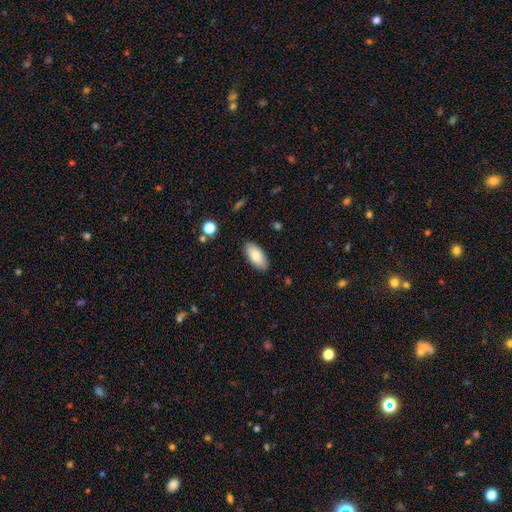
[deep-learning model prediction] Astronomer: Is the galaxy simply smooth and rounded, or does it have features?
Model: smooth — 81%.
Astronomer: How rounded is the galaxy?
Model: in between — 90%.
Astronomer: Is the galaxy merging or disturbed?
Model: none — 87%.